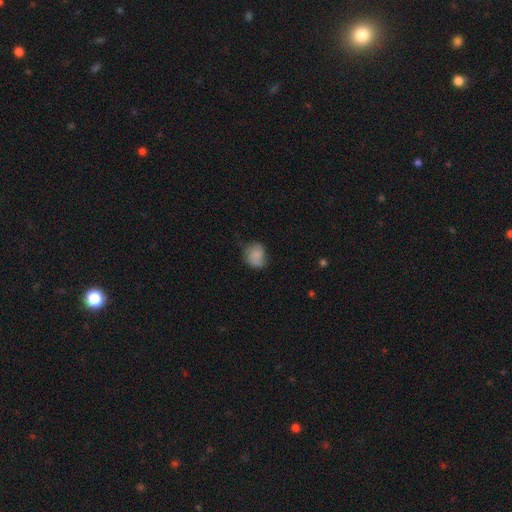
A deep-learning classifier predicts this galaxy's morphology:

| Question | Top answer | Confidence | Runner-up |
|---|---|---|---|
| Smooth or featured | smooth | 71% | featured or disk (20%) |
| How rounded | round | 64% | in between (35%) |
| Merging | none | 56% | minor disturbance (31%) |